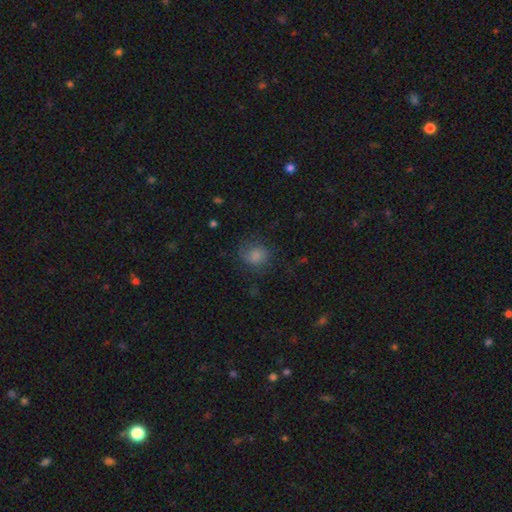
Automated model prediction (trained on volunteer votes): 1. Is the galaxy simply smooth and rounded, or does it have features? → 75% smooth, 13% featured or disk, 12% star or artifact.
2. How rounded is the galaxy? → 73% round, 26% in between, 1% cigar-shaped.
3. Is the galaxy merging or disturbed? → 60% none, 22% minor disturbance, 16% major disturbance, 2% merger.